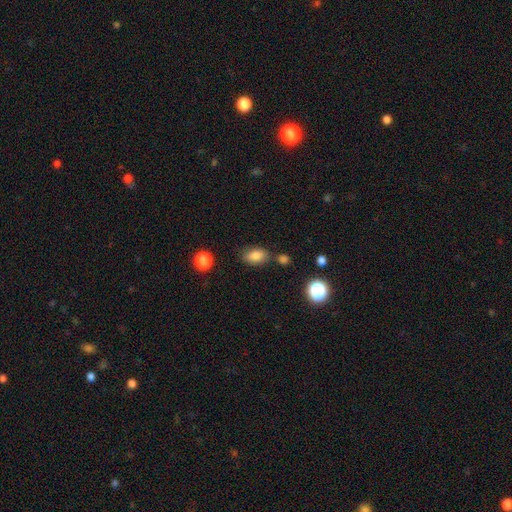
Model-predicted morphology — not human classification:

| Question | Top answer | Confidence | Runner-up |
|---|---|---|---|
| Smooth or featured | smooth | 82% | star or artifact (10%) |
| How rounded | in between | 86% | round (12%) |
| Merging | none | 75% | minor disturbance (14%) |